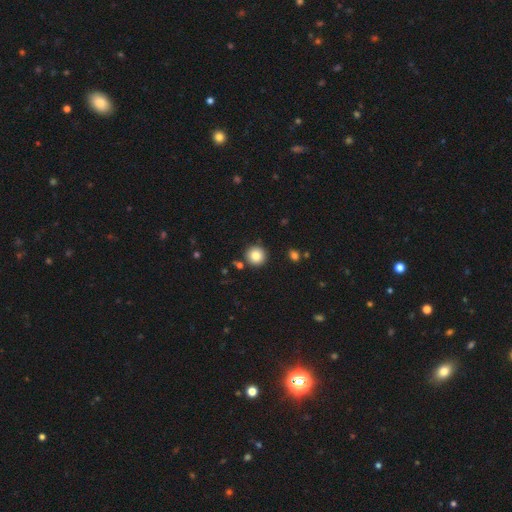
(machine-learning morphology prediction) The model was most divided on "smooth or featured": smooth: 84%, star or artifact: 10%, featured or disk: 6%. More confident: how rounded — round (95%); merging — none (89%).